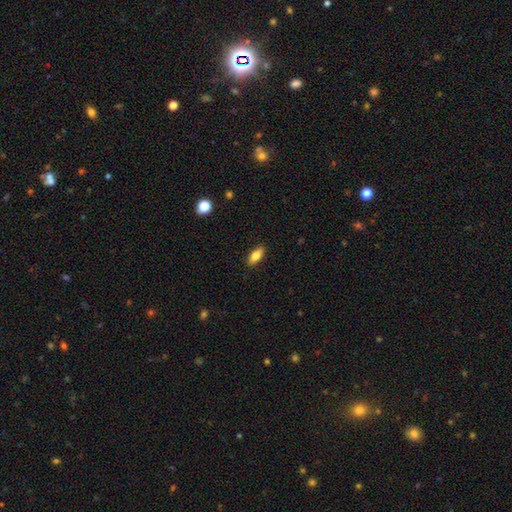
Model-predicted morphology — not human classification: smooth-or-featured: smooth: 79% | featured or disk: 14% | star or artifact: 7%
  how-rounded: in between: 80% | cigar-shaped: 17% | round: 3%
  merging: none: 89% | minor disturbance: 8% | major disturbance: 2% | merger: 1%